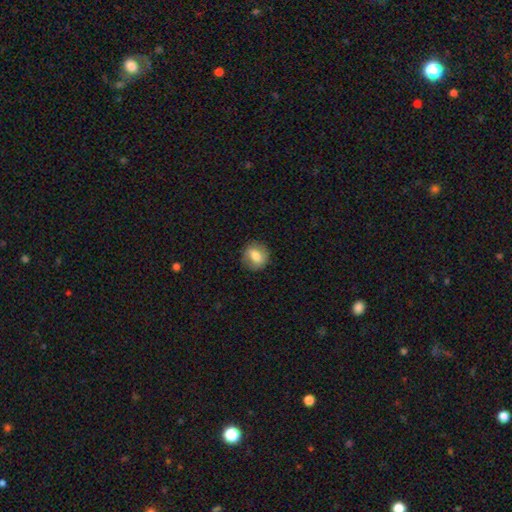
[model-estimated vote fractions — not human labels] Q: Smooth or featured?
A: smooth (61%); runner-up: featured or disk (31%)
Q: How rounded?
A: round (76%); runner-up: in between (23%)
Q: Merging?
A: none (83%); runner-up: minor disturbance (12%)